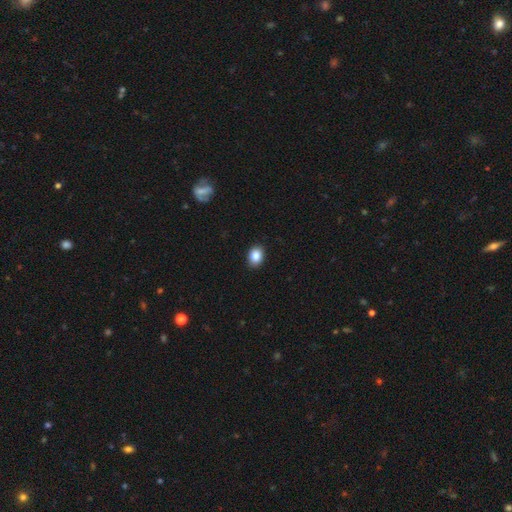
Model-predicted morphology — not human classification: Q: Smooth or featured?
A: smooth (86%); runner-up: star or artifact (9%)
Q: How rounded?
A: in between (64%); runner-up: round (35%)
Q: Merging?
A: none (90%); runner-up: minor disturbance (8%)